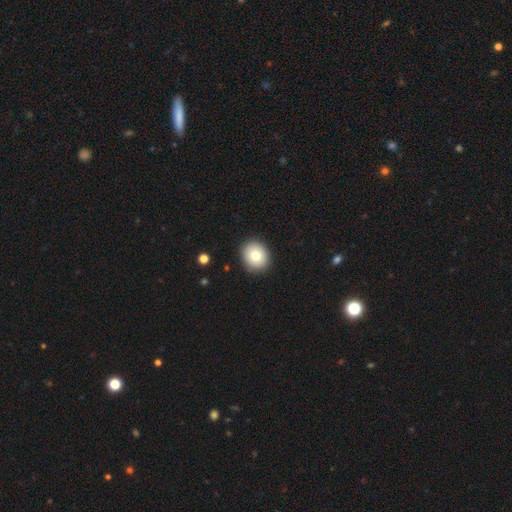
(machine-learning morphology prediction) Q: Smooth or featured?
A: smooth (79%); runner-up: featured or disk (12%)
Q: How rounded?
A: round (78%); runner-up: in between (21%)
Q: Merging?
A: none (90%); runner-up: minor disturbance (7%)